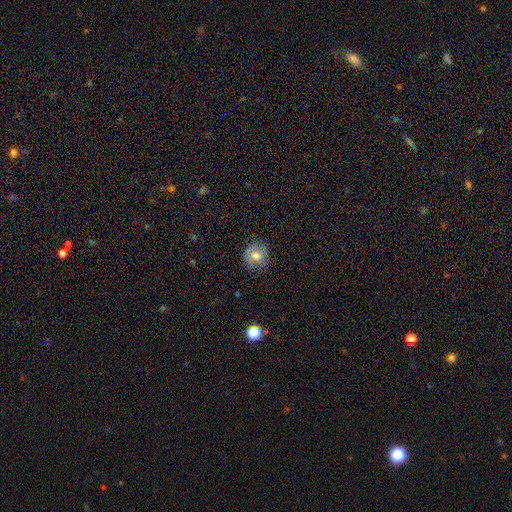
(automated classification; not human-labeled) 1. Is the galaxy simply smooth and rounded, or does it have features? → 69% smooth, 21% featured or disk, 10% star or artifact.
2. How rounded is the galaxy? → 79% round, 20% in between, 1% cigar-shaped.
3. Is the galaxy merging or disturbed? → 78% none, 16% minor disturbance, 4% major disturbance, 1% merger.